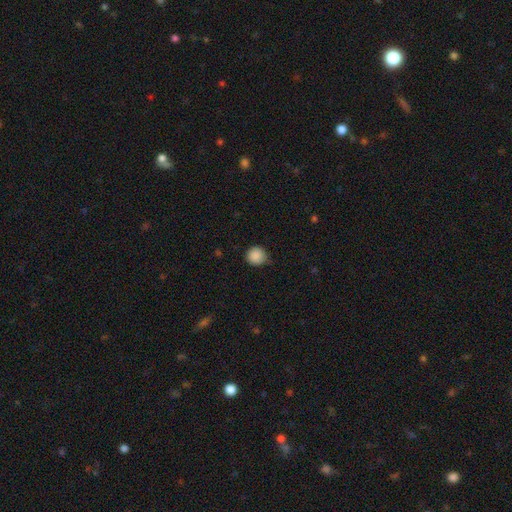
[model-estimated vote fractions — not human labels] The model was most divided on "merging": none: 79%, minor disturbance: 17%, major disturbance: 3%, merger: 1%. More confident: how rounded — round (93%); smooth or featured — smooth (88%).